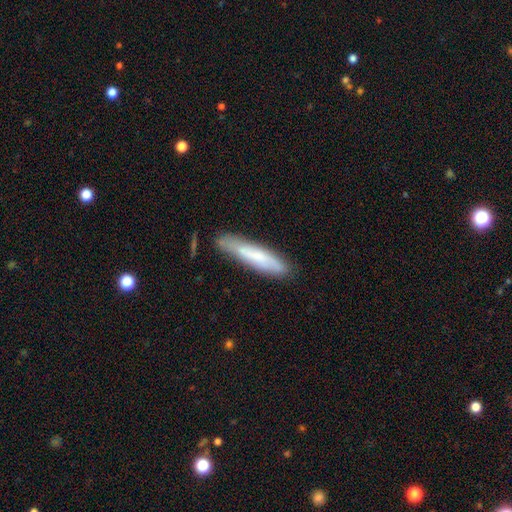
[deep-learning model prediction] smooth_or_featured: smooth (p=0.63) [alt: featured or disk p=0.31]
how_rounded: cigar-shaped (p=0.87) [alt: in between p=0.12]
merging: none (p=0.75) [alt: minor disturbance p=0.18]